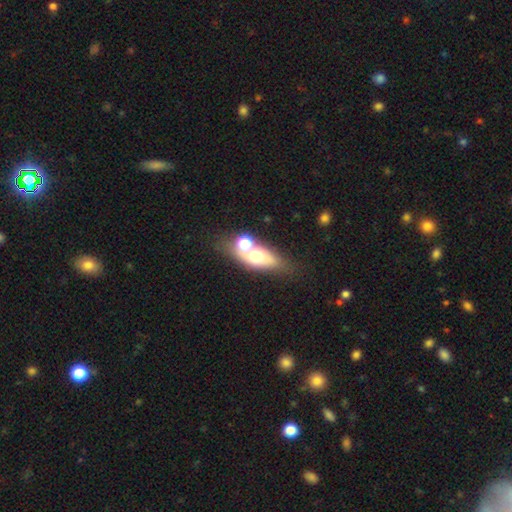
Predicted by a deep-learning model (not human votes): smooth 56%, featured or disk 35%, star or artifact 10%. Down the decision tree: how rounded — in between (68%); merging — none (41%).